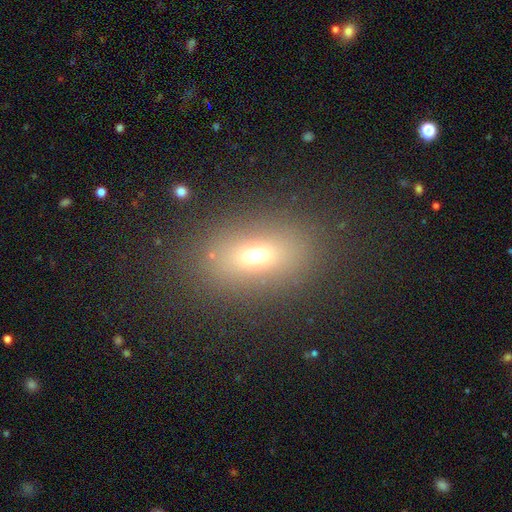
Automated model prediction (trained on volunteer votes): Overall: smooth (66%). How rounded: in between (76%). Merging: none (84%).